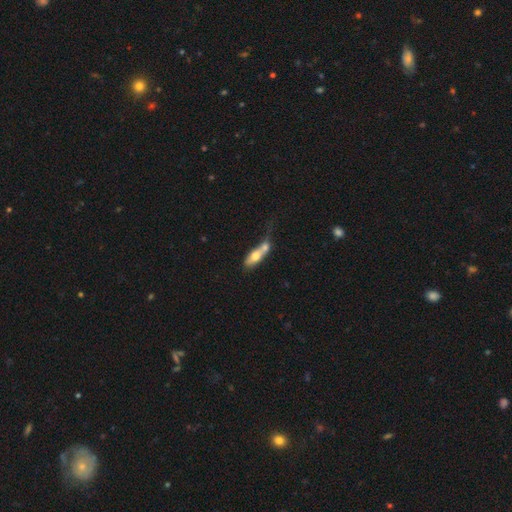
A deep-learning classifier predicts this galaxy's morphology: This appears to be a smooth galaxy with no disk features (60%) that is in between round and cigar-shaped (62%). Merging: merger (64%).